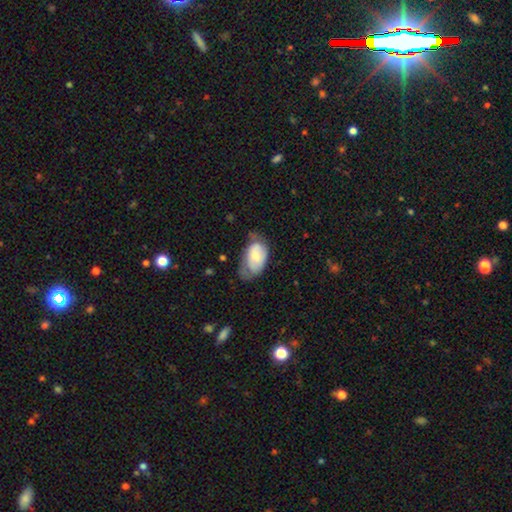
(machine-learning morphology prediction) Q: Smooth or featured?
A: smooth (63%); runner-up: featured or disk (31%)
Q: How rounded?
A: in between (92%); runner-up: round (6%)
Q: Merging?
A: minor disturbance (40%); runner-up: none (33%)